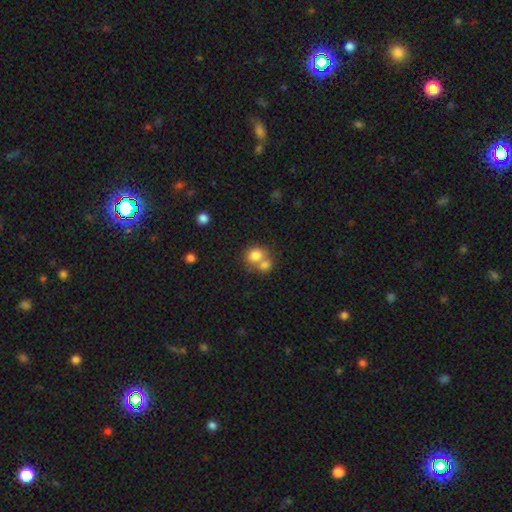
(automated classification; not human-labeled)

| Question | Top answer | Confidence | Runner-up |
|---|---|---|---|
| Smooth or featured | smooth | 78% | featured or disk (12%) |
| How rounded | round | 65% | in between (34%) |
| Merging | merger | 56% | none (34%) |